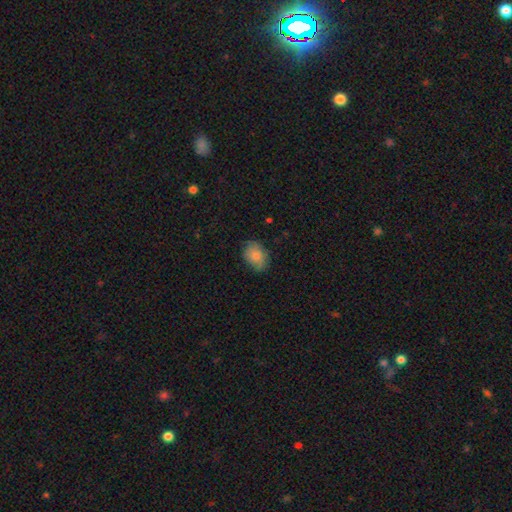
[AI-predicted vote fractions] A smooth galaxy with no disk features (82%) that is in between round and cigar-shaped (78%). Merging: none (77%).